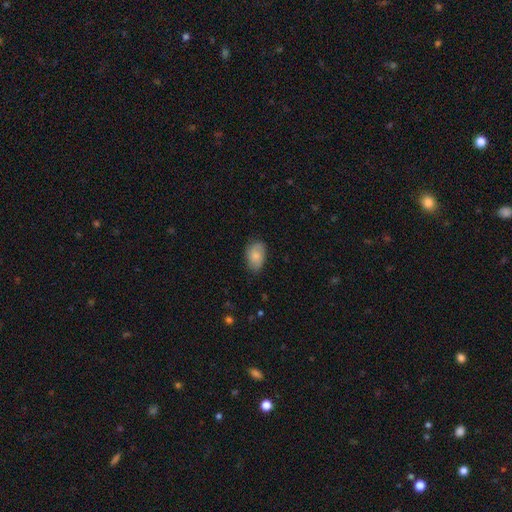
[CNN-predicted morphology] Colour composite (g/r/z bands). It shows a smooth galaxy with no disk features (80%) that is in between round and cigar-shaped (89%). Merging: none (72%).